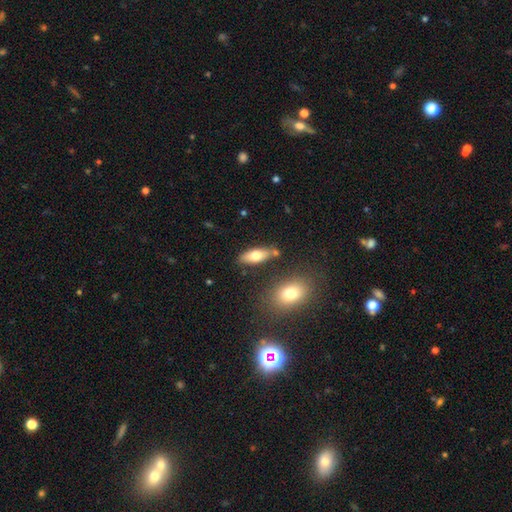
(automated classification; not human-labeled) This appears to be a smooth galaxy with no disk features (69%) that is in between round and cigar-shaped (72%). Merging: none (73%).